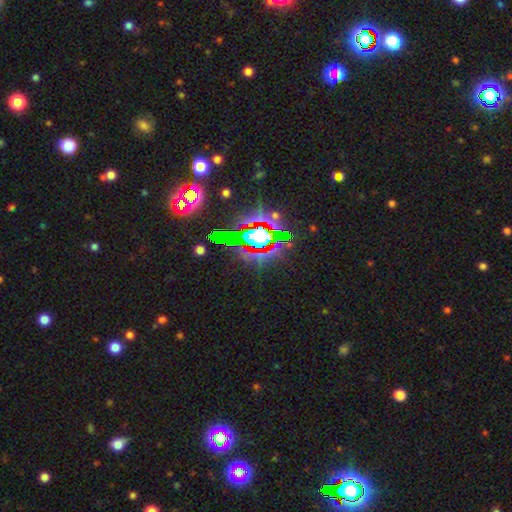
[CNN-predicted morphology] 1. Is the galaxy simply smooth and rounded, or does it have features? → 79% star or artifact, 11% smooth, 10% featured or disk.